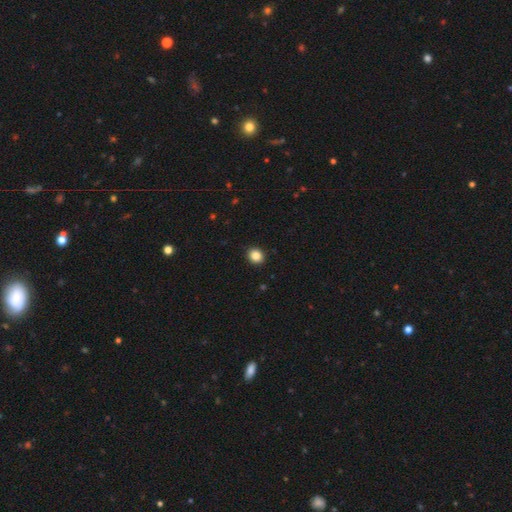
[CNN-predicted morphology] The model was most divided on "how rounded": round: 74%, in between: 25%, cigar-shaped: 1%. More confident: merging — none (92%); smooth or featured — smooth (87%).